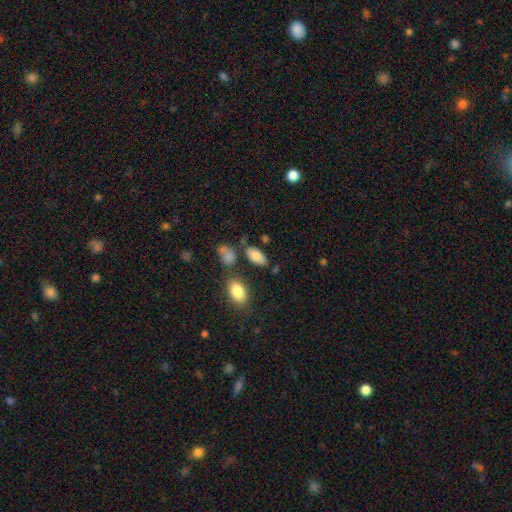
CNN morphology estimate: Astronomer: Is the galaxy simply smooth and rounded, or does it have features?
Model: smooth — 82%.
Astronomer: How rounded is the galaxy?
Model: in between — 92%.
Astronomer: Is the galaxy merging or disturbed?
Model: none — 73%.